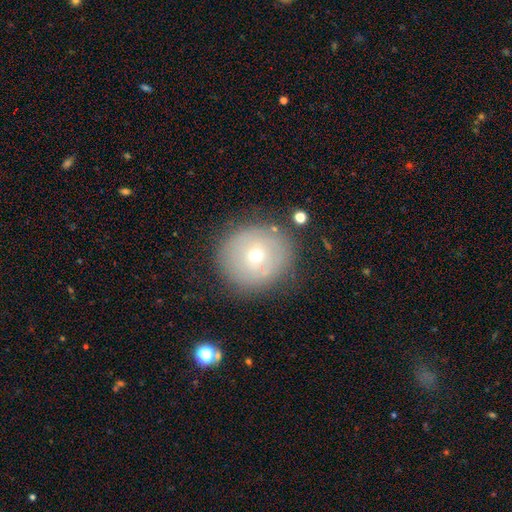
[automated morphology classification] smooth_or_featured: smooth (p=0.56) [alt: featured or disk p=0.33]
how_rounded: round (p=0.90) [alt: in between p=0.09]
merging: none (p=0.80) [alt: minor disturbance p=0.13]